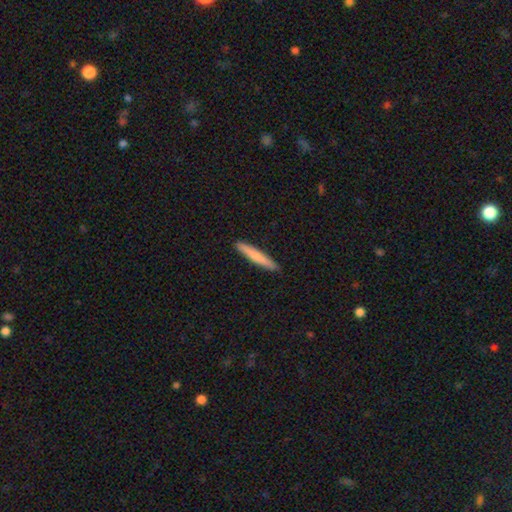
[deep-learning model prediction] Overall: smooth (75%). How rounded: cigar-shaped (95%). Merging: none (92%).